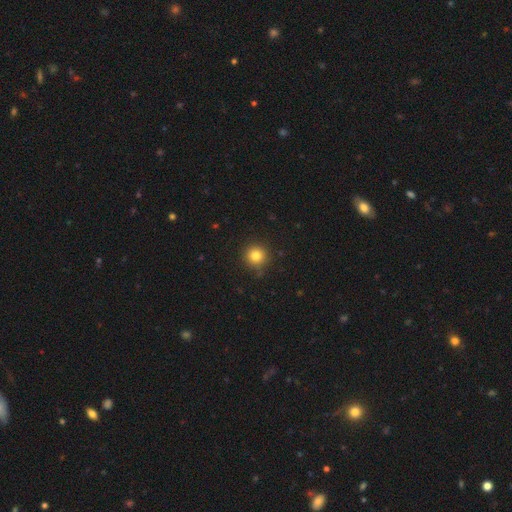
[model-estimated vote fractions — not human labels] This appears to be a smooth galaxy with no disk features (82%) that is round (94%). Merging: none (88%).